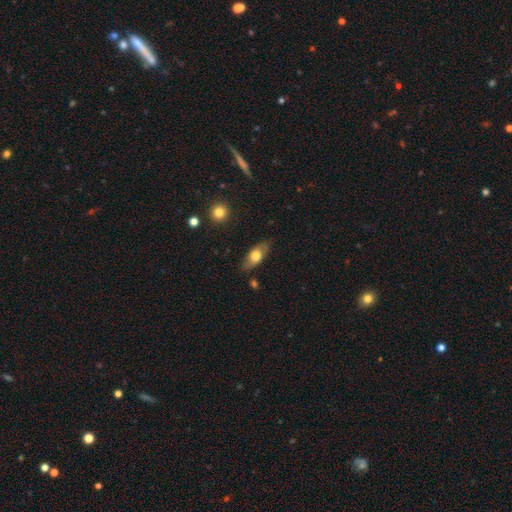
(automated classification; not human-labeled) A smooth galaxy with no disk features (63%) that is in between round and cigar-shaped (83%). Merging: none (79%).